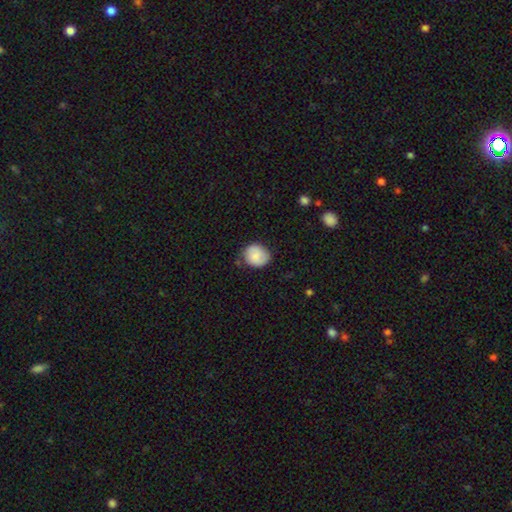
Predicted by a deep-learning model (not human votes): Smooth or featured? Predicted: smooth (p=0.79). How rounded? Predicted: round (p=0.73). Merging? Predicted: none (p=0.73).